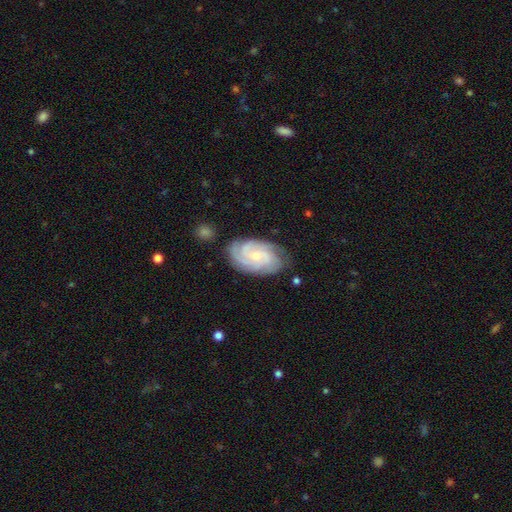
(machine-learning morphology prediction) Smooth or featured?
  - featured or disk: 82% *
  - smooth: 12%
  - star or artifact: 6%
Edge-on disk?
  - no: 97% *
  - yes: 3%
Bar?
  - no: 65% *
  - weak: 30%
  - strong: 5%
Spiral arms?
  - yes: 97% *
  - no: 3%
Spiral winding?
  - tight: 70% *
  - medium: 25%
  - loose: 4%
Spiral arm count?
  - 3: 29% * (tied)
  - 4: 29% * (tied)
  - can't tell: 20%
  - 2: 11%
  - more than 4: 6%
  - 1: 5%
Bulge size?
  - small: 69% *
  - moderate: 25%
  - none: 3%
  - large: 1%
  - dominant: 1%
Merging?
  - none: 78% *
  - minor disturbance: 16%
  - major disturbance: 4%
  - merger: 2%